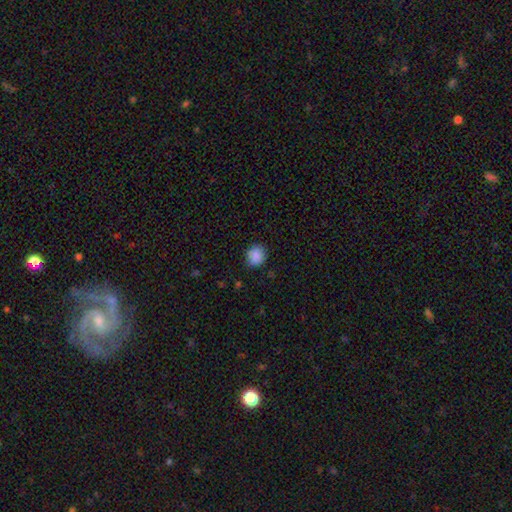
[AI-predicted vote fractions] The model was most divided on "how rounded": round: 76%, in between: 23%, cigar-shaped: 1%. More confident: smooth or featured — smooth (88%); merging — none (83%).